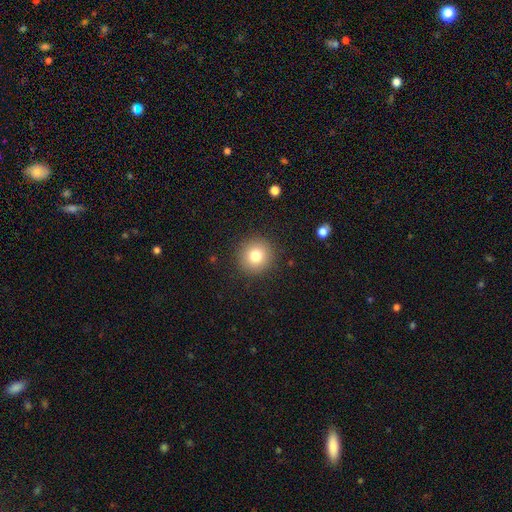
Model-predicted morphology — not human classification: Smooth or featured: smooth — 81% (star or artifact — 10%)
How rounded: round — 93% (in between — 6%)
Merging: none — 90% (minor disturbance — 6%)